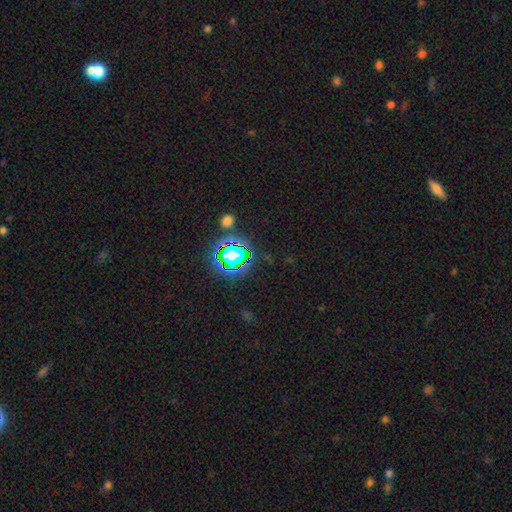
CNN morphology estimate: This appears to be a star or artifact, not a galaxy (78%).